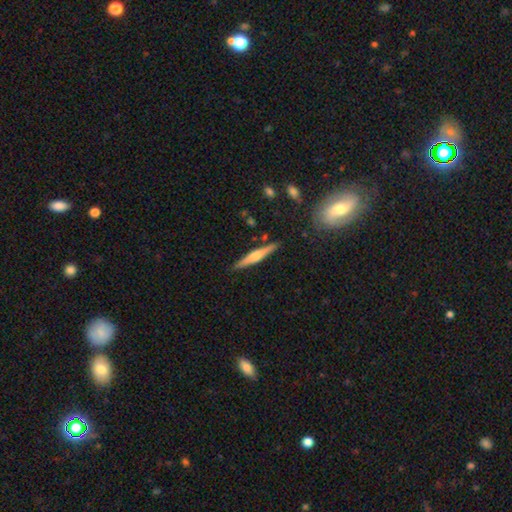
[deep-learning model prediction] featured or disk 54%, smooth 40%, star or artifact 6%. Down the decision tree: edge-on disk — yes (97%); edge-on bulge — rounded (68%); merging — none (88%).